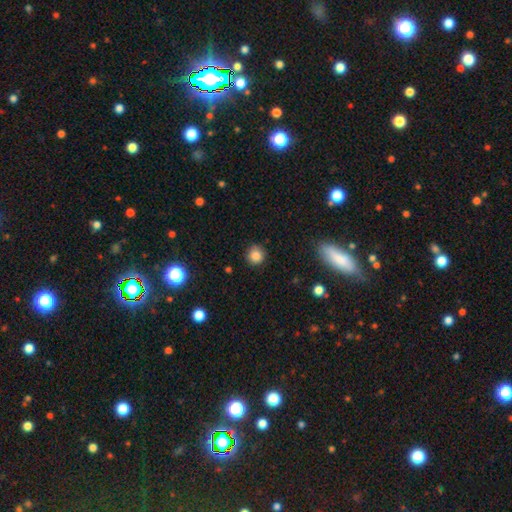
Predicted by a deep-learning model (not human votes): smooth_or_featured: smooth (p=0.83) [alt: star or artifact p=0.12]
how_rounded: round (p=0.92) [alt: in between p=0.07]
merging: none (p=0.86) [alt: minor disturbance p=0.10]